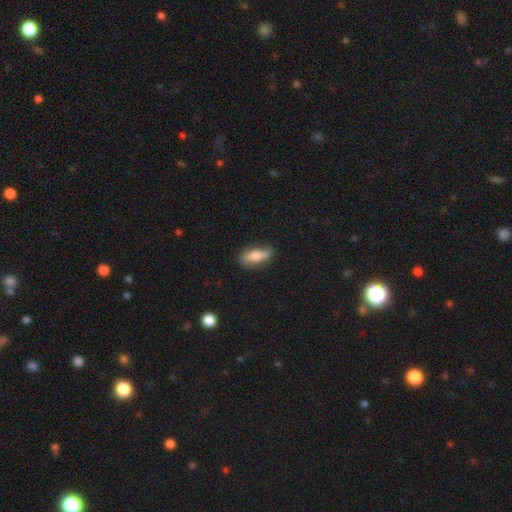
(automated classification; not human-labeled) Morphology: type=smooth (63%); roundness=in between (65%); merging=none (79%).